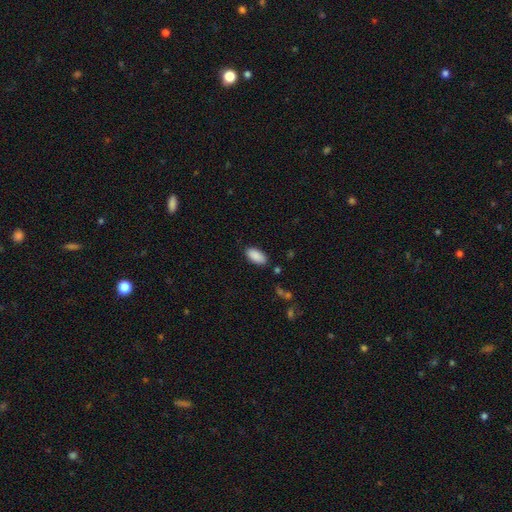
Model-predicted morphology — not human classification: The model was most divided on "merging": none: 86%, minor disturbance: 10%, major disturbance: 2%, merger: 2%. More confident: how rounded — in between (93%); smooth or featured — smooth (90%).